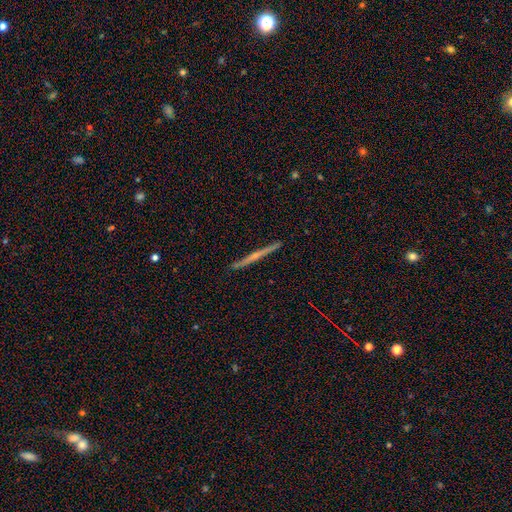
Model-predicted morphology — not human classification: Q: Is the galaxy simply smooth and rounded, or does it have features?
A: featured or disk — 71%.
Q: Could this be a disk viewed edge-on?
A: yes — 98%.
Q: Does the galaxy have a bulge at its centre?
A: rounded — 55%.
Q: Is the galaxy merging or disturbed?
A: none — 92%.